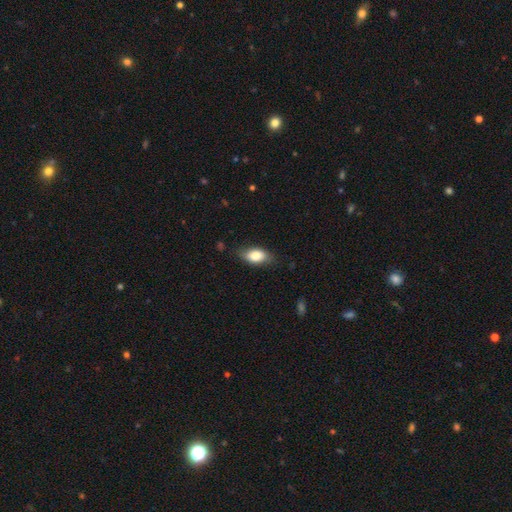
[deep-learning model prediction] This is clearly a smooth galaxy (82%). How rounded: clearly in between (89%). Merging: likely none (77%).